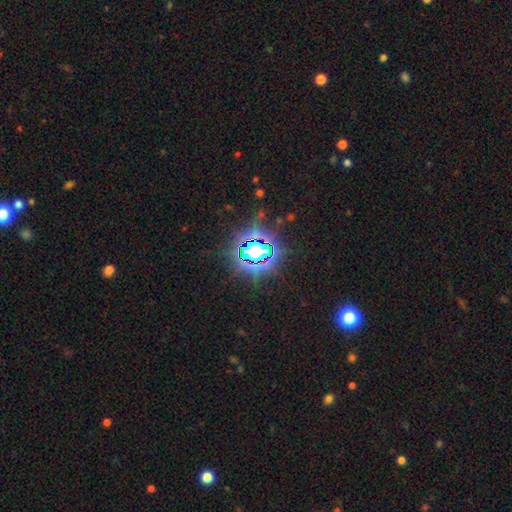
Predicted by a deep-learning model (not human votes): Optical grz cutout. It shows a star or artifact, not a galaxy (81%).